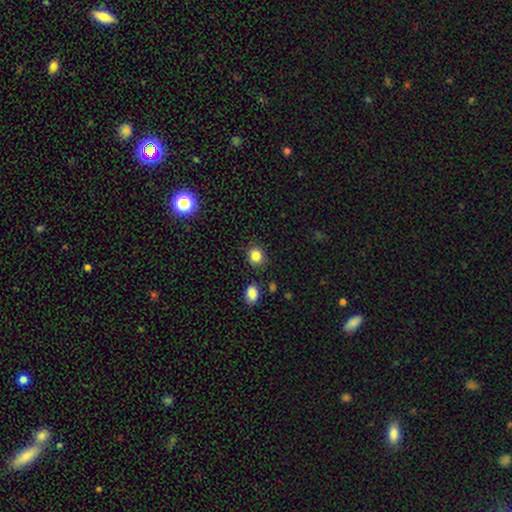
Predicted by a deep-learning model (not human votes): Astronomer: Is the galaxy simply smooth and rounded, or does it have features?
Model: smooth — 85%.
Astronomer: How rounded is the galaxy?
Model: round — 77%.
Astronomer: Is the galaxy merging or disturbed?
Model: none — 86%.